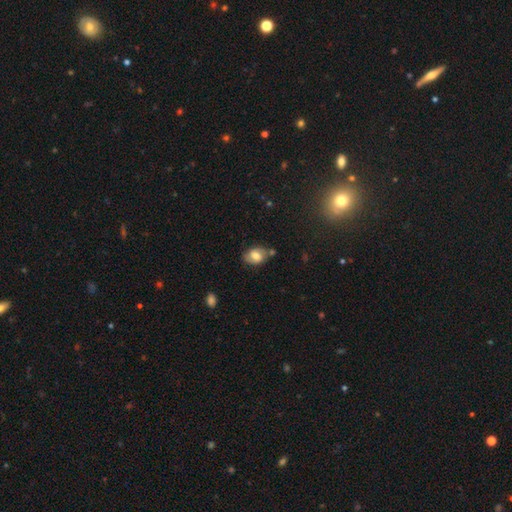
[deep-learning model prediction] This is likely a smooth galaxy (69%). How rounded: likely in between (78%). Merging: likely none (65%).